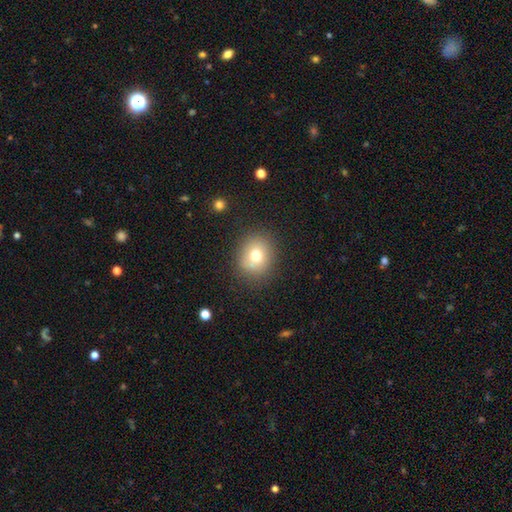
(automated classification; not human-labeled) A smooth galaxy with no disk features (73%) that is round (75%).

Vote fractions:
- Smooth or featured? smooth: 73% / featured or disk: 14% / star or artifact: 13%
- How rounded? round: 75% / in between: 25% / cigar-shaped: 1%
- Merging? none: 82% / minor disturbance: 11% / major disturbance: 4% / merger: 3%